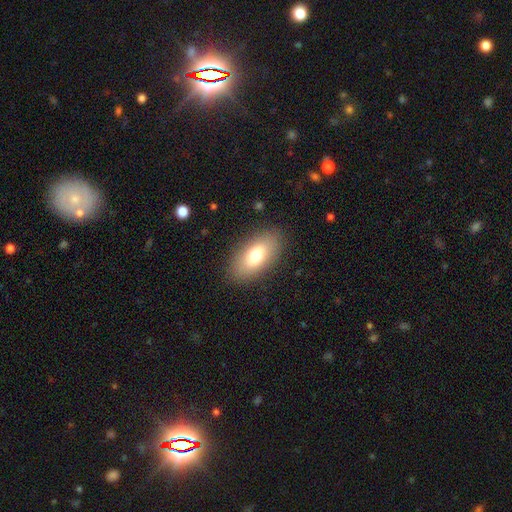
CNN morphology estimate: A smooth galaxy with no disk features (73%) that is in between round and cigar-shaped (91%).

Vote fractions:
- Smooth or featured? smooth: 73% / featured or disk: 19% / star or artifact: 8%
- How rounded? in between: 91% / cigar-shaped: 5% / round: 4%
- Merging? none: 86% / minor disturbance: 9% / major disturbance: 3% / merger: 1%